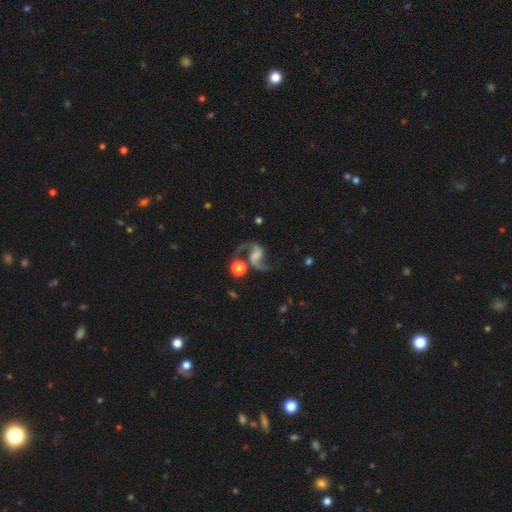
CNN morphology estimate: Smooth or featured: featured or disk — 88% (star or artifact — 6%)
Edge-on disk: no — 98% (yes — 2%)
Bar: no — 44% (weak — 40%)
Spiral arms: yes — 97% (no — 3%)
Spiral winding: loose — 70% (medium — 26%)
Spiral arm count: 2 — 93% (1 — 3%)
Bulge size: none — 36% (small — 26%)
Merging: none — 67% (minor disturbance — 14%)